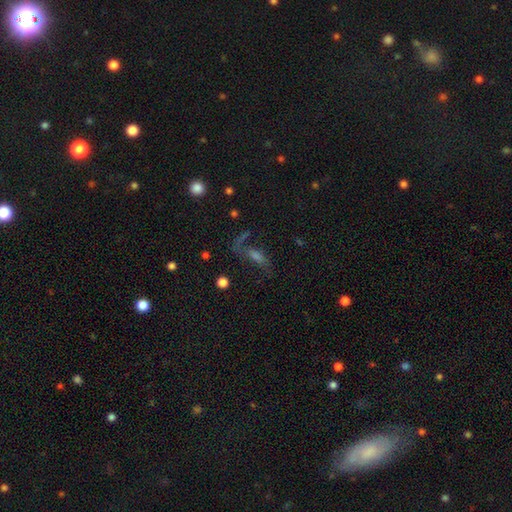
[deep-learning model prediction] Smooth or featured? featured or disk (55%)
Edge-on disk? no (82%)
Merging? none (51%)